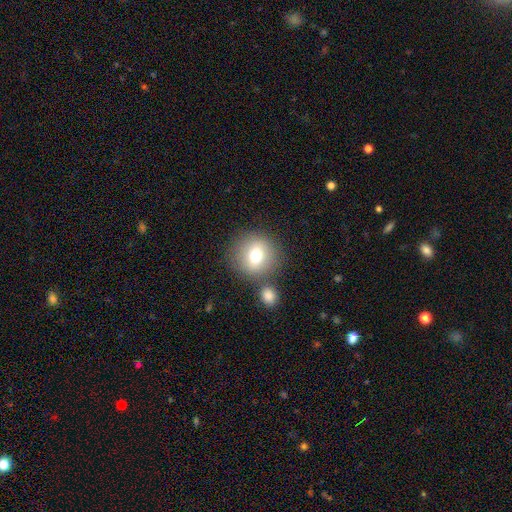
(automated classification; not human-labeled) Morphology: type=smooth (74%); roundness=round (89%); merging=none (73%).